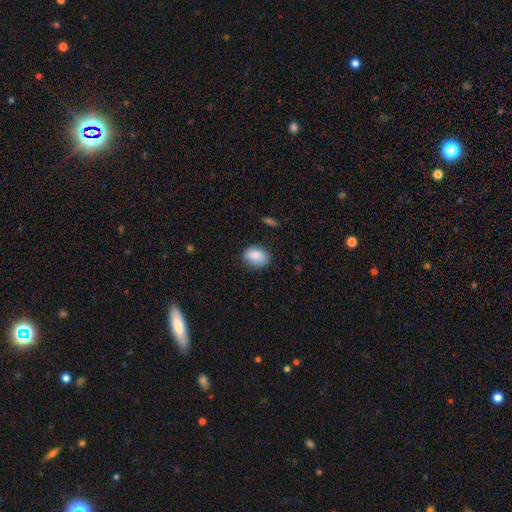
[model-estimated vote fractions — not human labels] The model was most divided on "how rounded": in between: 74%, round: 25%, cigar-shaped: 1%. More confident: smooth or featured — smooth (86%); merging — none (80%).